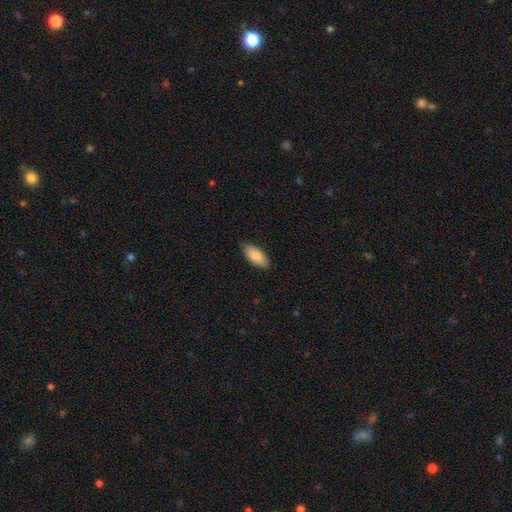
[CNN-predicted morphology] Q: Smooth or featured?
A: smooth (84%); runner-up: featured or disk (11%)
Q: How rounded?
A: in between (88%); runner-up: cigar-shaped (10%)
Q: Merging?
A: none (85%); runner-up: minor disturbance (12%)